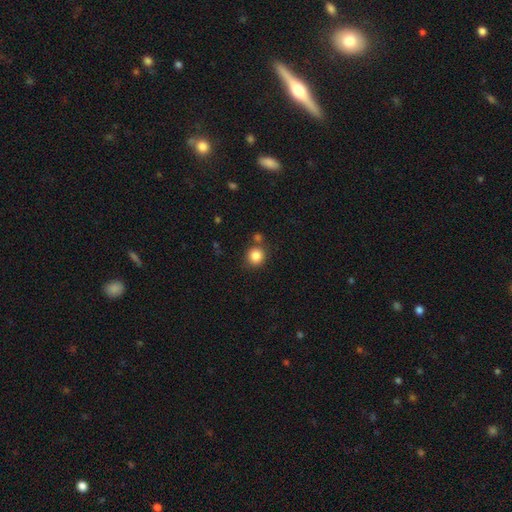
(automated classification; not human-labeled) This appears to be a smooth galaxy with no disk features (85%) that is round (89%). Merging: none (76%).